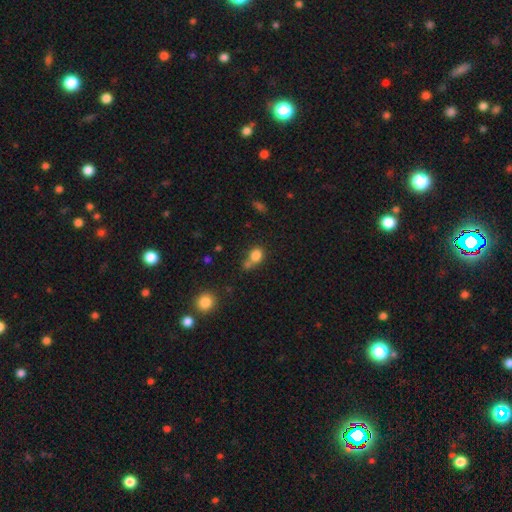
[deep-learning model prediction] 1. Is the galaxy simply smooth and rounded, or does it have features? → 81% smooth, 12% star or artifact, 8% featured or disk.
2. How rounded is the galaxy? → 63% round, 36% in between, 1% cigar-shaped.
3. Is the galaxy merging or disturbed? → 43% none, 38% merger, 13% minor disturbance, 6% major disturbance.